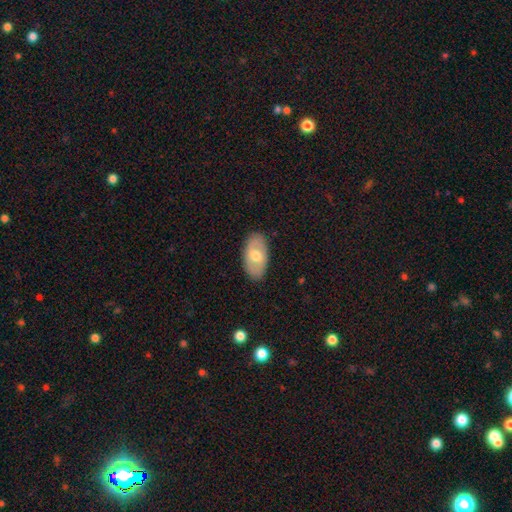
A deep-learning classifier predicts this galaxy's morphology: Q: Smooth or featured?
A: smooth (61%); runner-up: featured or disk (33%)
Q: How rounded?
A: in between (93%); runner-up: round (4%)
Q: Merging?
A: none (86%); runner-up: minor disturbance (11%)